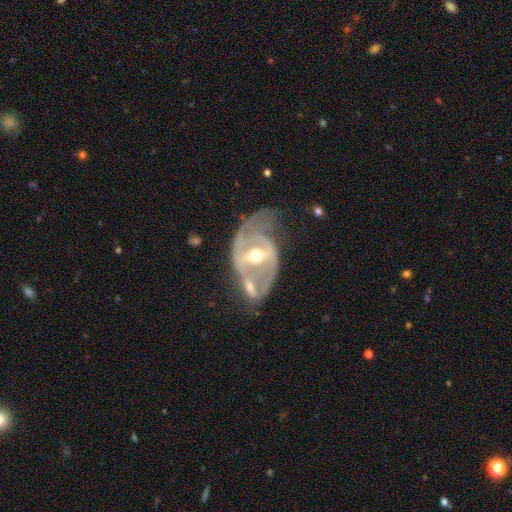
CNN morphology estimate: Smooth or featured? Predicted: featured or disk (p=0.83). Edge-on disk? Predicted: no (p=0.95). Bar? Predicted: strong (p=0.43). Spiral arms? Predicted: yes (p=0.77). Spiral winding? Predicted: medium (p=0.40). Spiral arm count? Predicted: 2 (p=0.70). Bulge size? Predicted: moderate (p=0.73). Merging? Predicted: none (p=0.30).